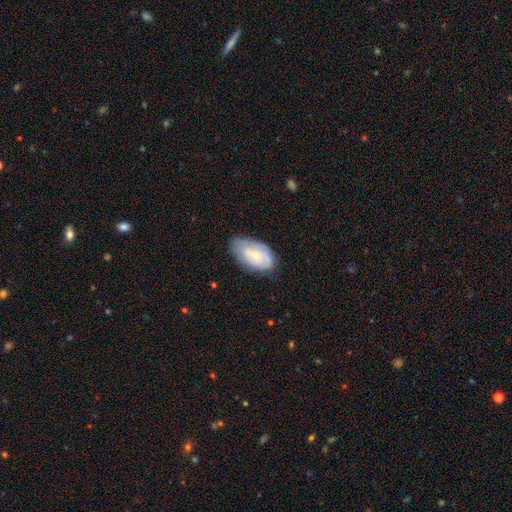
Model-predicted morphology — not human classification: This appears to be a smooth galaxy with no disk features (48%). Merging: none (60%).